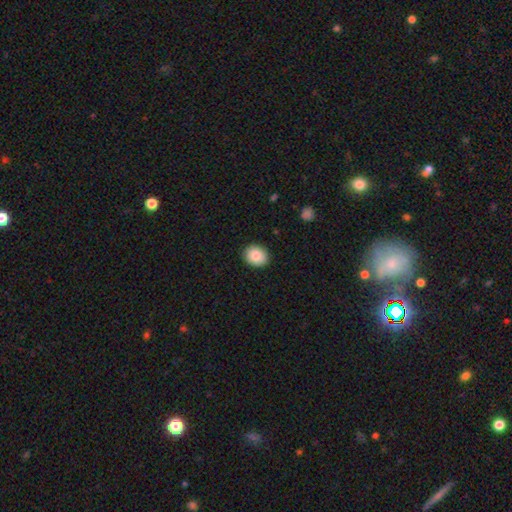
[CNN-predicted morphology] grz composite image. It shows a smooth galaxy with no disk features (85%) that is round (66%). Merging: none (91%).